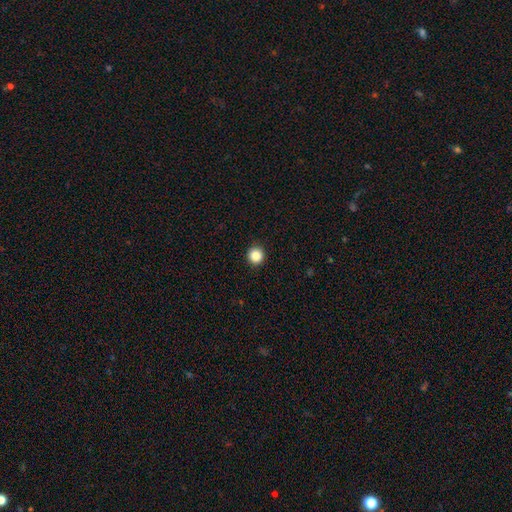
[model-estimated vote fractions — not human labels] Overall: smooth (87%). How rounded: round (94%). Merging: none (93%).